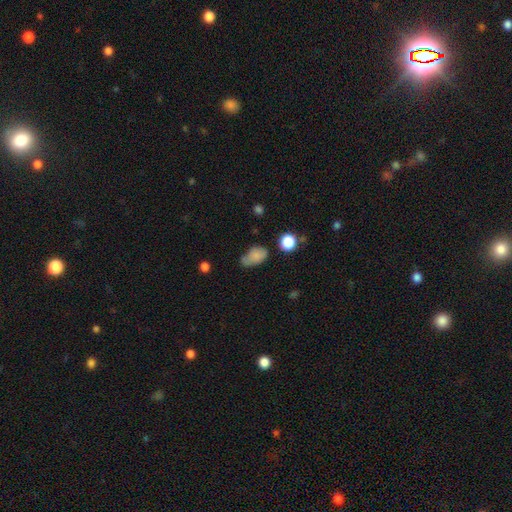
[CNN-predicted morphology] A smooth galaxy with no disk features (78%) that is in between round and cigar-shaped (87%).

Vote fractions:
- Smooth or featured? smooth: 78% / star or artifact: 11% / featured or disk: 11%
- How rounded? in between: 87% / round: 11% / cigar-shaped: 2%
- Merging? none: 40% / minor disturbance: 38% / major disturbance: 14% / merger: 8%